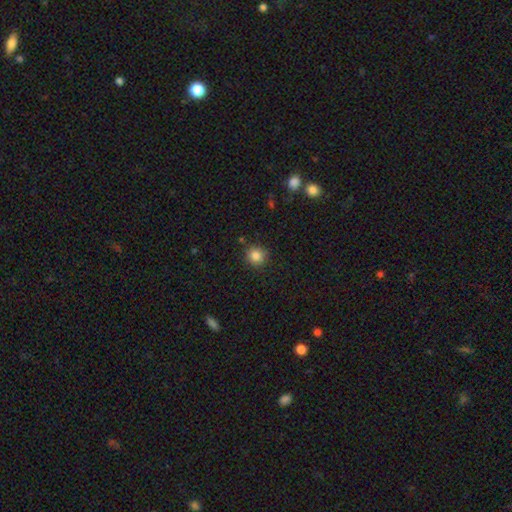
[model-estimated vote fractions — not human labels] Morphology: type=smooth (85%); roundness=round (91%); merging=none (86%).